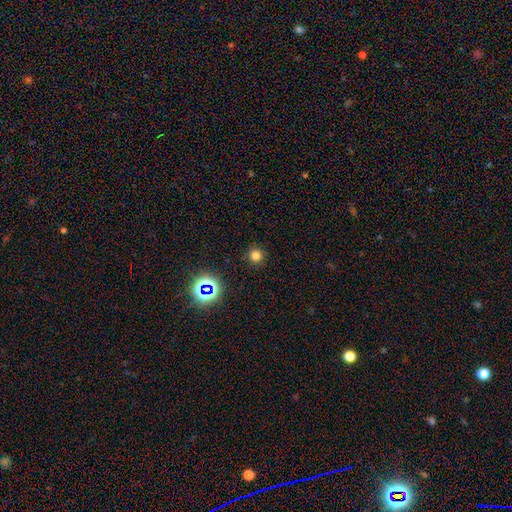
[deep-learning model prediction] This is likely a smooth galaxy (75%). How rounded: clearly round (95%). Merging: clearly none (90%).